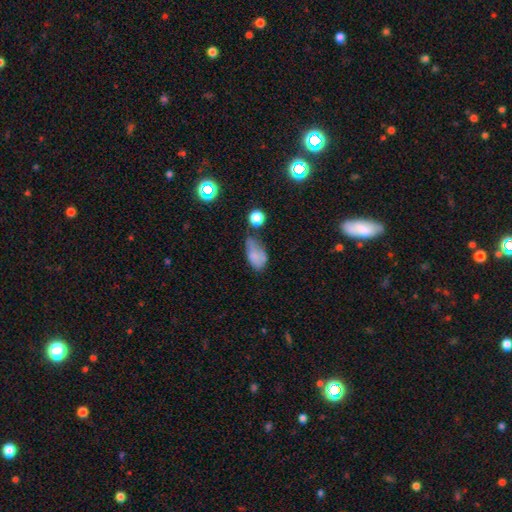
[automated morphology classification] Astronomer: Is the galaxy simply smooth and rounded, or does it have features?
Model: smooth — 71%.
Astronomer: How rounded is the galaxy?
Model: in between — 89%.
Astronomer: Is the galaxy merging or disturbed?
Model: minor disturbance — 34% (runner-up: none, 29%).